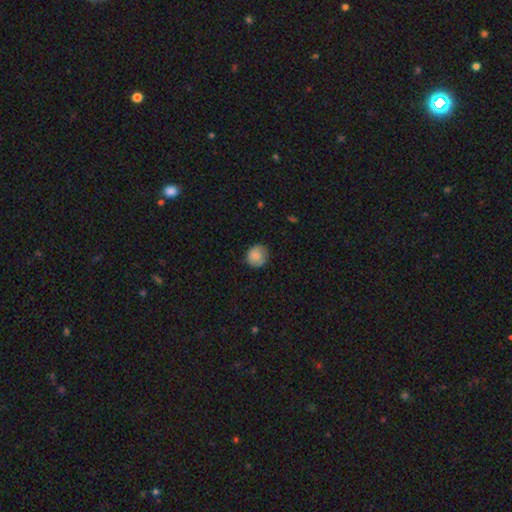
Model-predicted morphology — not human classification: smooth_or_featured: smooth (p=0.83) [alt: featured or disk p=0.09]
how_rounded: round (p=0.82) [alt: in between p=0.17]
merging: none (p=0.78) [alt: minor disturbance p=0.18]